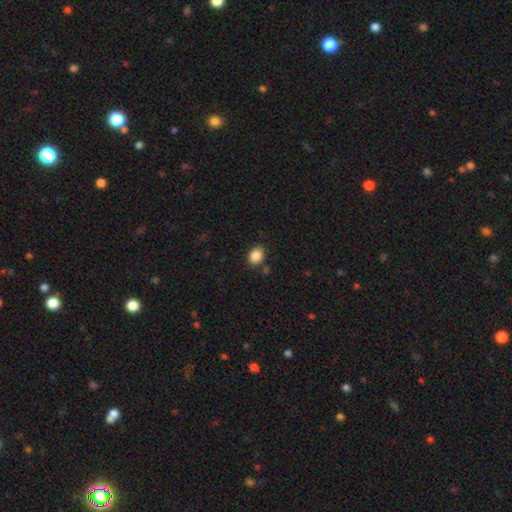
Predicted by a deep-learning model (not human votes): Smooth or featured? Predicted: smooth (p=0.87). How rounded? Predicted: in between (p=0.58). Merging? Predicted: none (p=0.82).